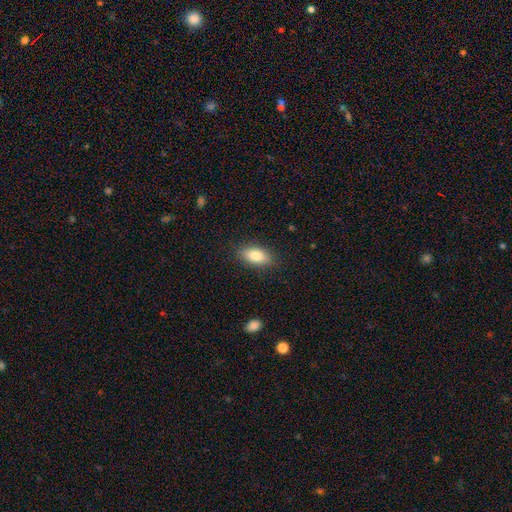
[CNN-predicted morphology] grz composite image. It shows a smooth galaxy with no disk features (81%) that is in between round and cigar-shaped (85%). Merging: none (86%).